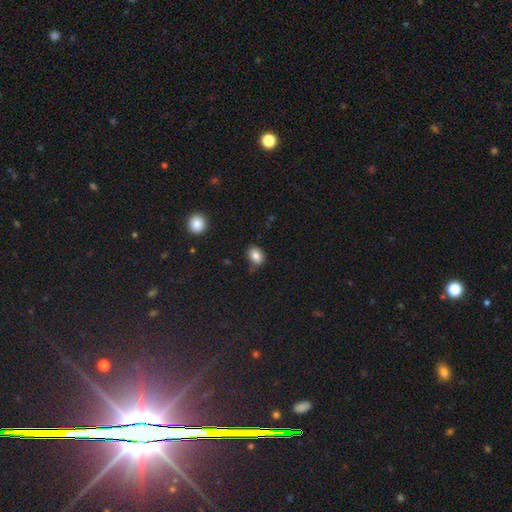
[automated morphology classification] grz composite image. It shows a smooth galaxy with no disk features (84%) that is in between round and cigar-shaped (69%). Merging: none (78%).